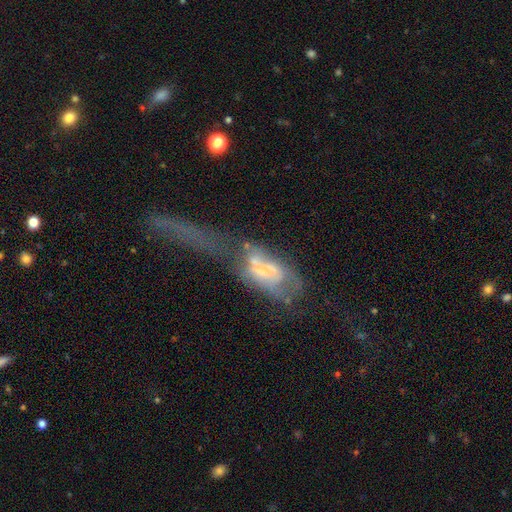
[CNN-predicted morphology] This is possibly a featured or disk galaxy (53%). It is likely not viewed edge-on (72%). Merging: marginally merger (38%).